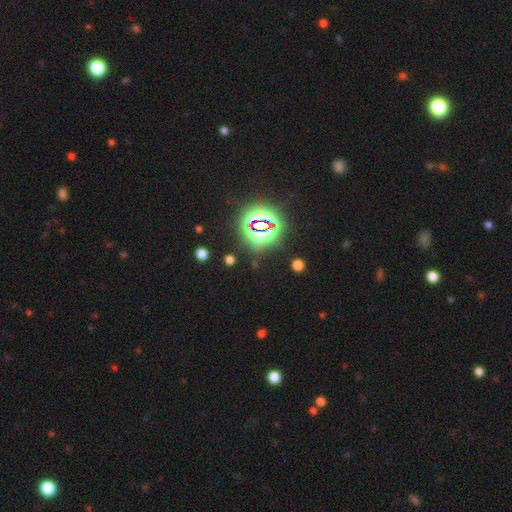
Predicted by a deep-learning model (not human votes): Smooth or featured? star or artifact (80%)